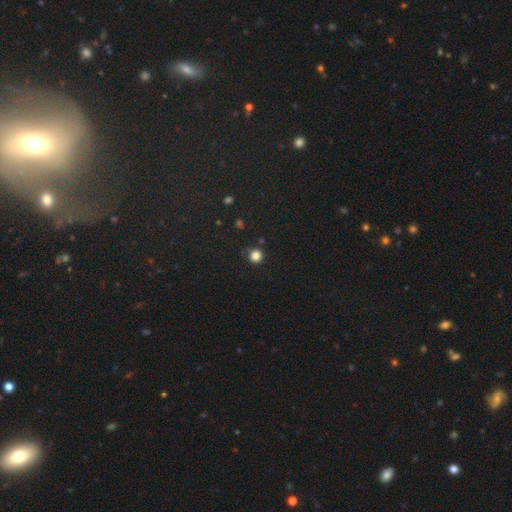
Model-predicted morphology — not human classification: smooth-or-featured: smooth: 83% | star or artifact: 13% | featured or disk: 4%
  how-rounded: round: 95% | in between: 4% | cigar-shaped: 1%
  merging: none: 87% | minor disturbance: 8% | major disturbance: 2% | merger: 2%